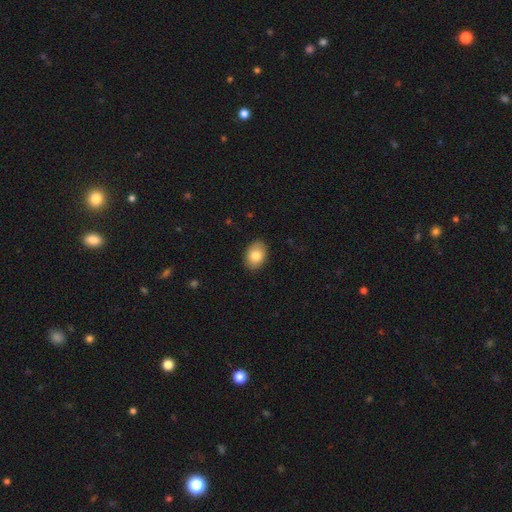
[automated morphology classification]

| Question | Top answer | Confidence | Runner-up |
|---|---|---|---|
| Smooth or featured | smooth | 81% | featured or disk (11%) |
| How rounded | in between | 78% | round (21%) |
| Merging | none | 88% | minor disturbance (9%) |